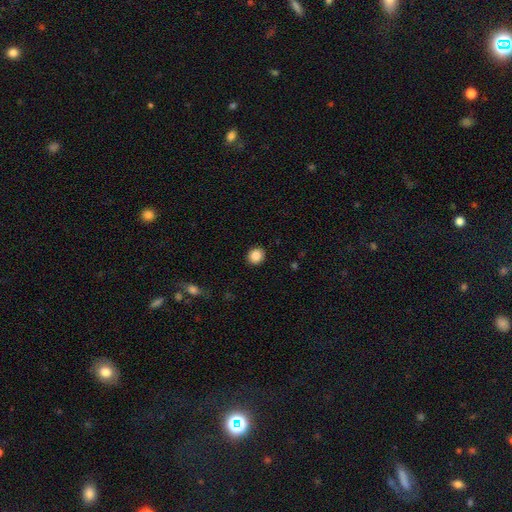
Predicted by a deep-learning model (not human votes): smooth_or_featured: smooth (p=0.87) [alt: star or artifact p=0.09]
how_rounded: round (p=0.86) [alt: in between p=0.13]
merging: none (p=0.92) [alt: minor disturbance p=0.05]